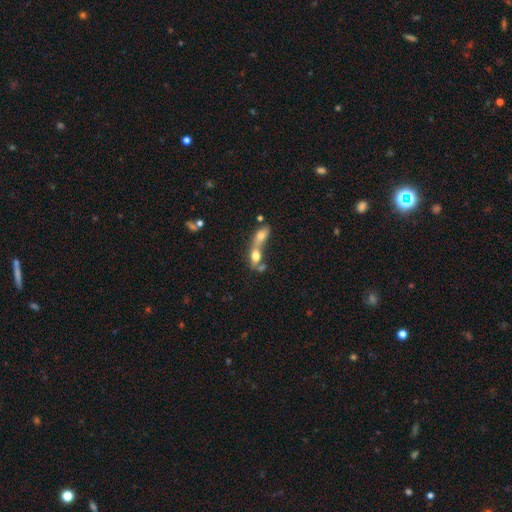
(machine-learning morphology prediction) Q: Smooth or featured?
A: smooth (68%); runner-up: featured or disk (22%)
Q: How rounded?
A: in between (66%); runner-up: round (22%)
Q: Merging?
A: merger (78%); runner-up: none (13%)